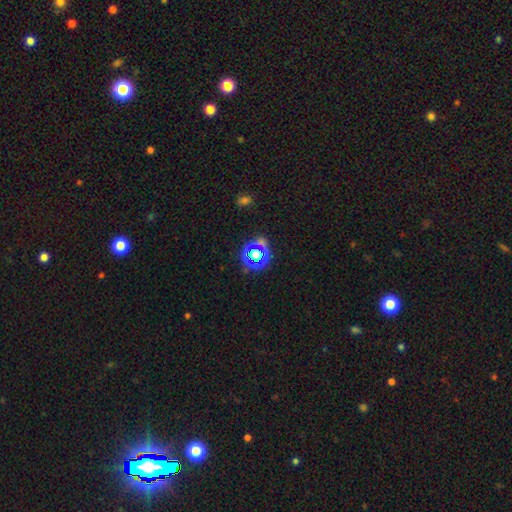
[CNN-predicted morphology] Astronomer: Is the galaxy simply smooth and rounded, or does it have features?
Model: star or artifact — 61%.